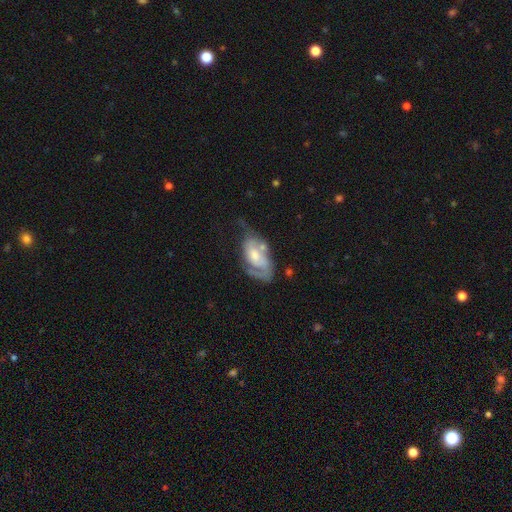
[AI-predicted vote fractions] This is likely a featured or disk galaxy (68%). It is clearly not viewed edge-on (95%). Bar: likely no (64%). Spiral arm pattern: clearly yes (81%). Spiral arm count: marginally 1 (42%). Spiral winding: marginally tight (43%). Central bulge: possibly moderate (47%). Merging: marginally none (37%).